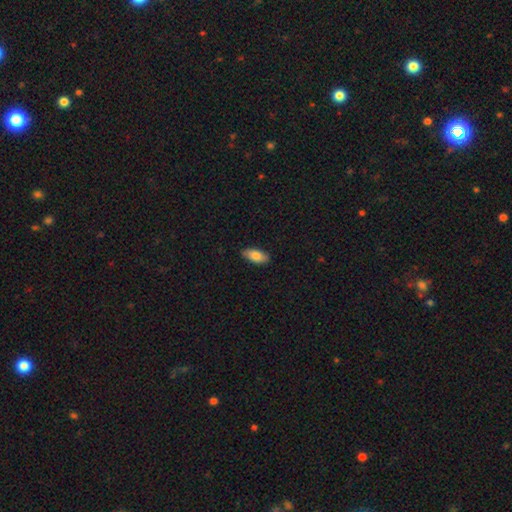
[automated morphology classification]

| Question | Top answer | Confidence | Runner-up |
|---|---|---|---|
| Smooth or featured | smooth | 83% | featured or disk (11%) |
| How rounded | in between | 87% | cigar-shaped (10%) |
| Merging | none | 88% | minor disturbance (9%) |